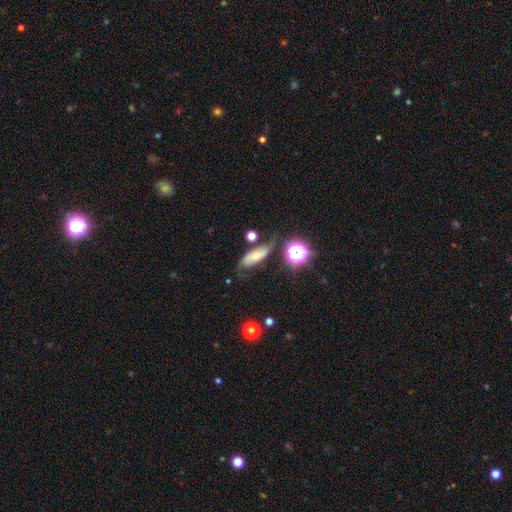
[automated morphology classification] smooth_or_featured: smooth (p=0.50) [alt: featured or disk p=0.35]
how_rounded: in between (p=0.62) [alt: cigar-shaped p=0.28]
merging: none (p=0.56) [alt: minor disturbance p=0.24]